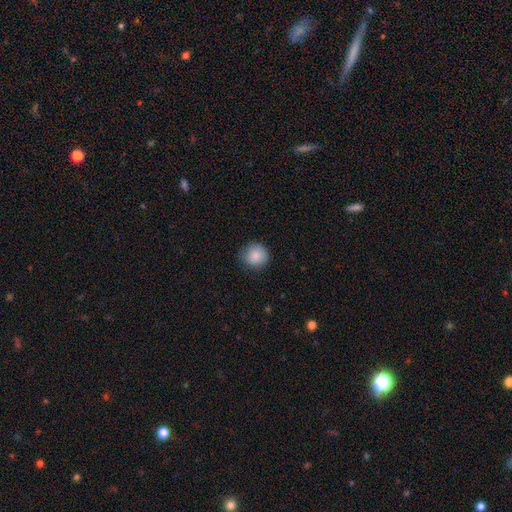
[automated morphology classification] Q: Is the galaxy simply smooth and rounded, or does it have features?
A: smooth — 86%.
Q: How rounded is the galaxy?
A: round — 91%.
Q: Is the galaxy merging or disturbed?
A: none — 81%.